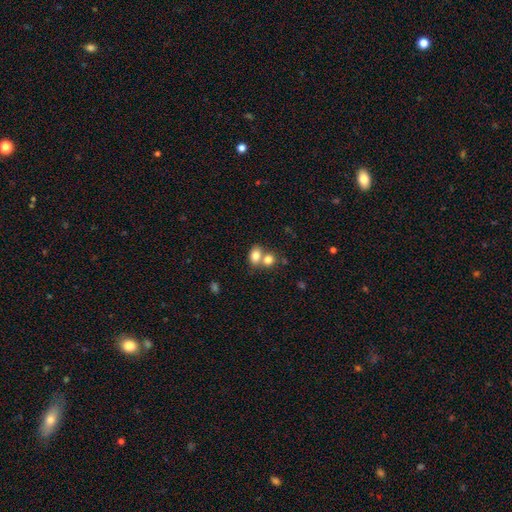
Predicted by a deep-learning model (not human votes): Q: Smooth or featured?
A: smooth (79%); runner-up: featured or disk (11%)
Q: How rounded?
A: in between (67%); runner-up: round (32%)
Q: Merging?
A: merger (53%); runner-up: none (36%)